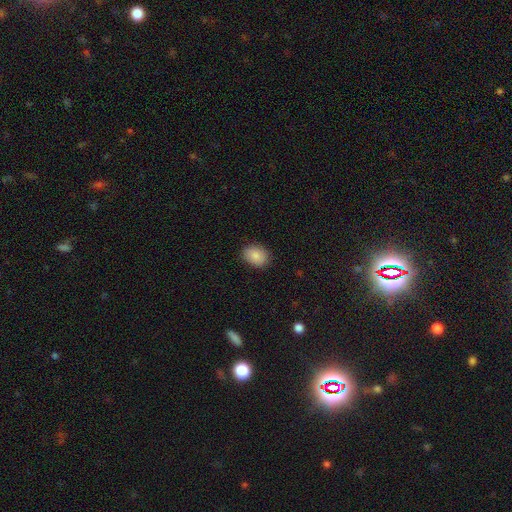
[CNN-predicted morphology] This is clearly a smooth galaxy (87%). How rounded: likely in between (67%). Merging: clearly none (87%).